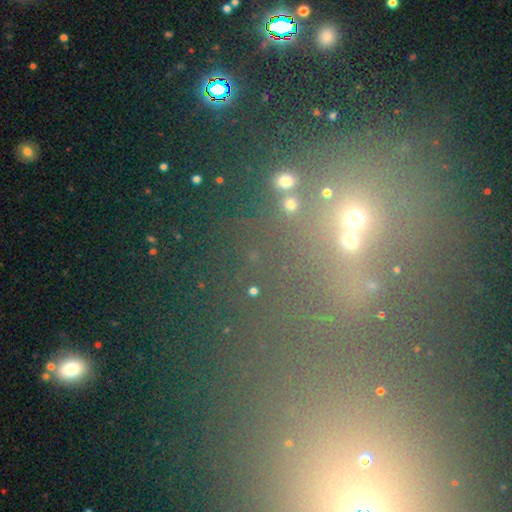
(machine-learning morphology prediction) A star or artifact, not a galaxy (66%).

Vote fractions:
- Smooth or featured? star or artifact: 66% / smooth: 23% / featured or disk: 12%